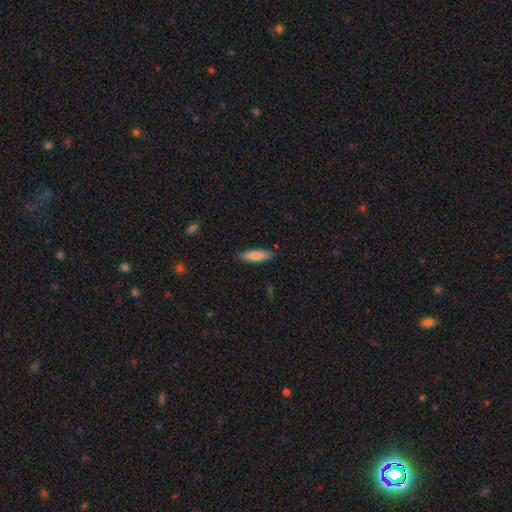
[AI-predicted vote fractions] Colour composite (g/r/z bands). It shows a smooth galaxy with no disk features (82%) that is cigar-shaped (64%). Merging: none (87%).